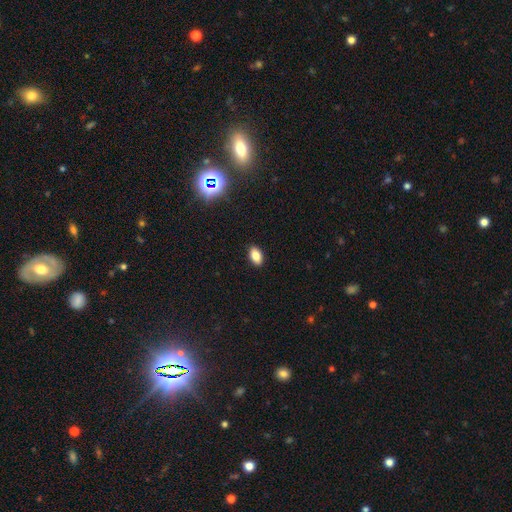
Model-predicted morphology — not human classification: The model was most divided on "smooth or featured": smooth: 84%, star or artifact: 10%, featured or disk: 7%. More confident: how rounded — in between (91%); merging — none (90%).